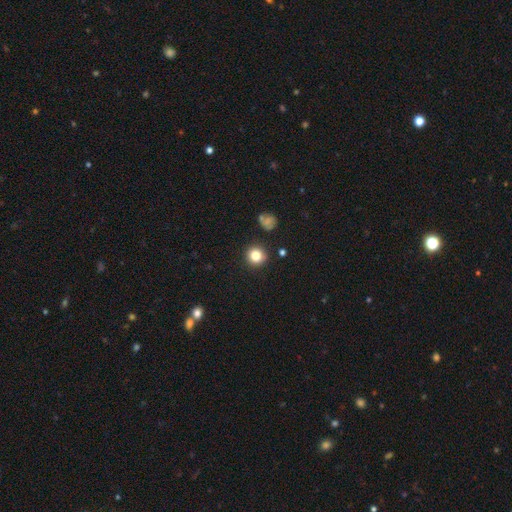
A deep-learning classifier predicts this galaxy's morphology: Smooth or featured?
  - smooth: 82% *
  - star or artifact: 12%
  - featured or disk: 6%
How rounded?
  - round: 93% *
  - in between: 6%
  - cigar-shaped: 1%
Merging?
  - none: 90% *
  - minor disturbance: 6%
  - major disturbance: 2%
  - merger: 2%